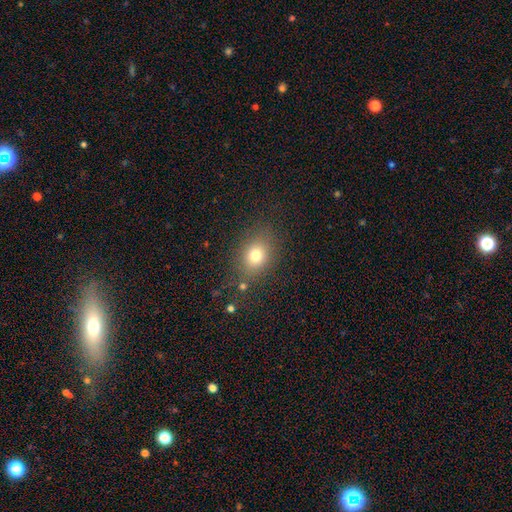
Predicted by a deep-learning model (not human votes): Morphology: type=smooth (76%); roundness=in between (55%); merging=none (78%).